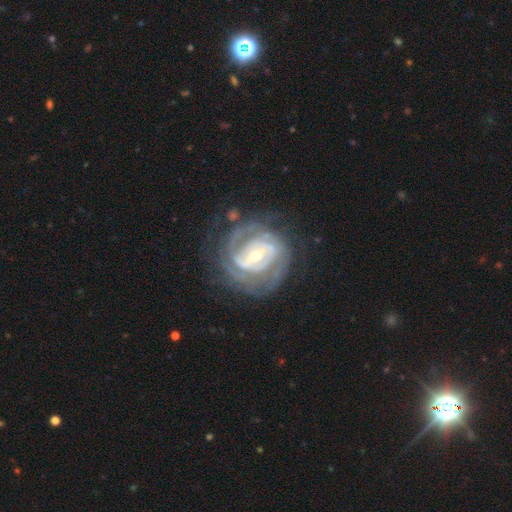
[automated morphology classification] smooth-or-featured: featured or disk: 89% | smooth: 6% | star or artifact: 5%
  disk-edge-on: no: 97% | yes: 3%
    bar: strong: 47% | weak: 39% | no: 14%
    has-spiral-arms: yes: 95% | no: 5%
      spiral-winding: tight: 70% | medium: 25% | loose: 5%
      spiral-arm-count: 2: 35% | can't tell: 25% | 3: 20% | 4: 9% | 1: 5% | more than 4: 5%
    bulge-size: small: 50% | moderate: 45% | large: 3% | none: 1% | dominant: 1%
  merging: none: 71% | minor disturbance: 17% | major disturbance: 10% | merger: 2%